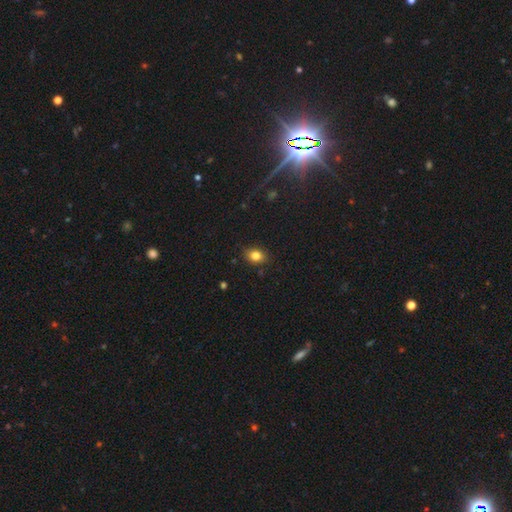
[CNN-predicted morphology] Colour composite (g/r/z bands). It shows a smooth galaxy with no disk features (82%) that is in between round and cigar-shaped (57%). Merging: none (84%).